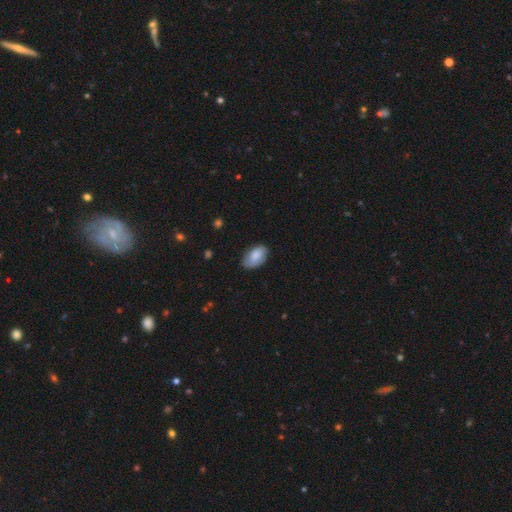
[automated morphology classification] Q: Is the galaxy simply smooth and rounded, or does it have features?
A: smooth — 80%.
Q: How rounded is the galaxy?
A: in between — 94%.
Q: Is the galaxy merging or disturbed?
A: none — 72%.